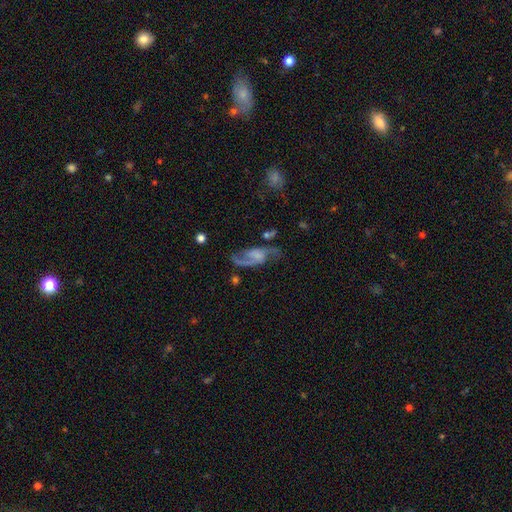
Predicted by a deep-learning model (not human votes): Morphology: type=featured or disk (80%); edge-on=no (94%); bar=no (46%); spiral arms=yes (93%); winding=loose (49%); arm count=2 (85%); bulge=none (43%); merging=none (62%).